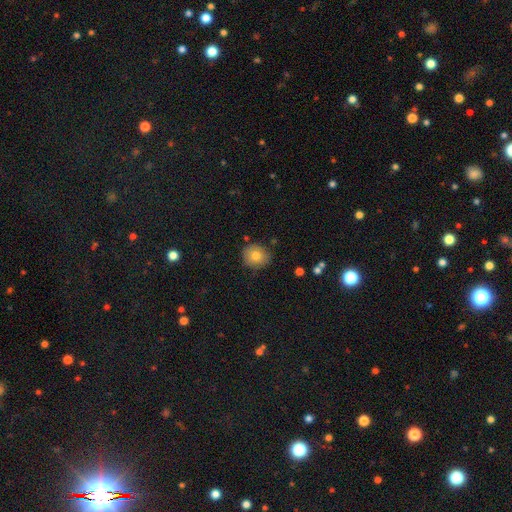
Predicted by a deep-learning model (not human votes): A smooth galaxy with no disk features (79%) that is round (81%).

Vote fractions:
- Smooth or featured? smooth: 79% / featured or disk: 12% / star or artifact: 10%
- How rounded? round: 81% / in between: 18% / cigar-shaped: 1%
- Merging? none: 84% / minor disturbance: 11% / major disturbance: 2% / merger: 2%